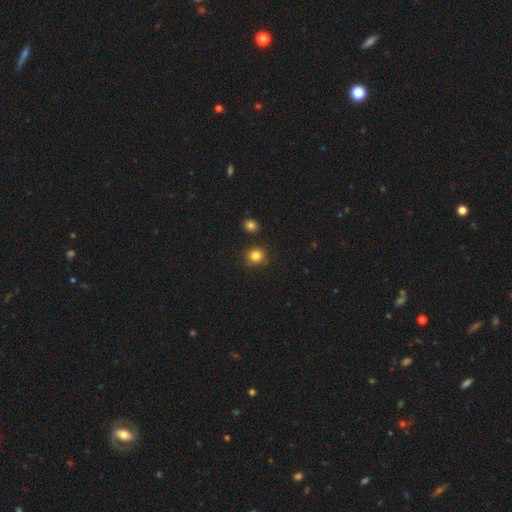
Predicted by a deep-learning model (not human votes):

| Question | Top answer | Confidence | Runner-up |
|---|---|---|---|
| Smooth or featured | smooth | 84% | star or artifact (11%) |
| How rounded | round | 87% | in between (12%) |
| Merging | none | 86% | minor disturbance (8%) |